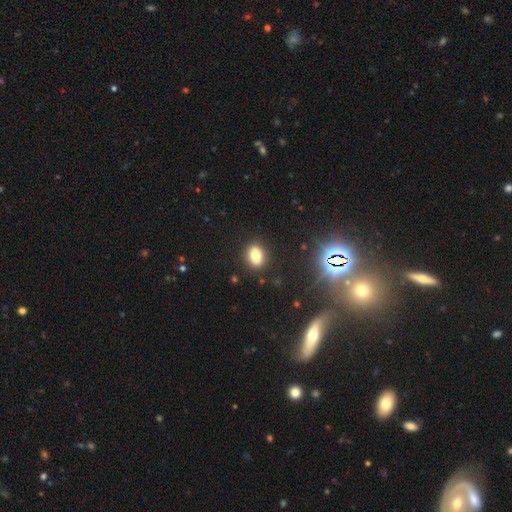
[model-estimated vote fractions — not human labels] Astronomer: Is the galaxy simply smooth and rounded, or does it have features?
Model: smooth — 77%.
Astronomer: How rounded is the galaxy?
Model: in between — 66%.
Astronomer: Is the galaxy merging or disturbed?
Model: none — 87%.